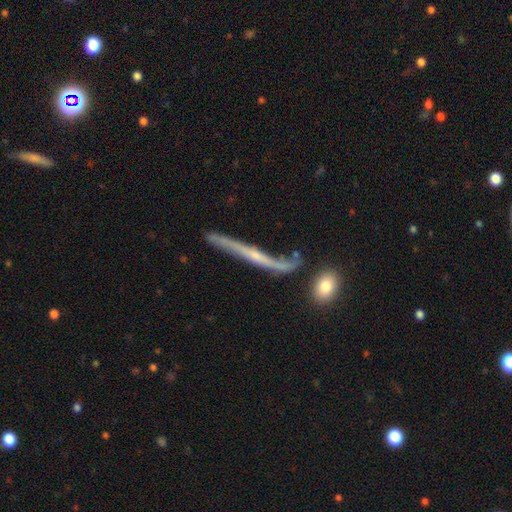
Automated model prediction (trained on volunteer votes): Smooth or featured: featured or disk — 70% (smooth — 20%)
Edge-on disk: yes — 89% (no — 11%)
Edge-on bulge: rounded — 57% (none — 36%)
Merging: none — 67% (minor disturbance — 15%)